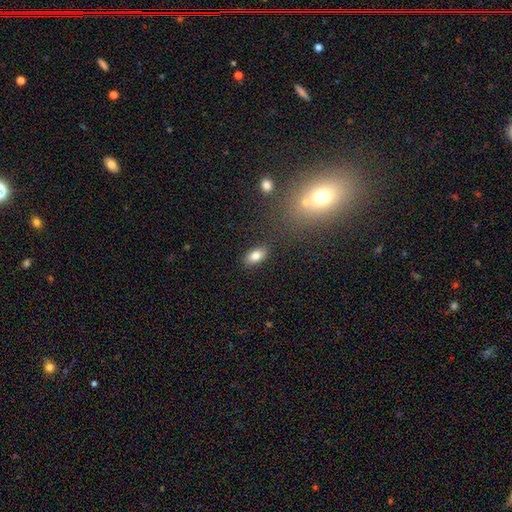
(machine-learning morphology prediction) The model was most divided on "smooth or featured": smooth: 82%, featured or disk: 9%, star or artifact: 9%. More confident: how rounded — in between (91%); merging — none (85%).